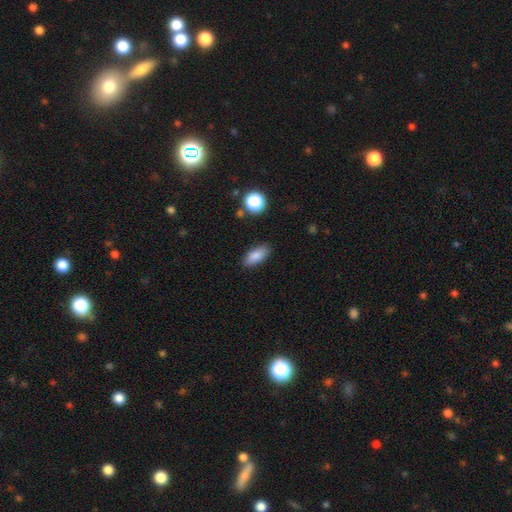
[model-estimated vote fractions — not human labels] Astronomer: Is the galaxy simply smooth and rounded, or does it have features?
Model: smooth — 85%.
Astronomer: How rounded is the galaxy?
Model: in between — 85%.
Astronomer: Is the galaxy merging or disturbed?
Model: none — 86%.